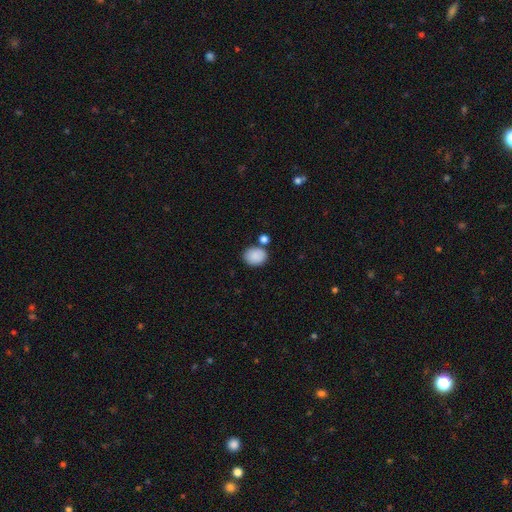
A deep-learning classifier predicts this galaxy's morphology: Smooth or featured? smooth (88%)
How rounded? in between (50%)
Merging? none (70%)